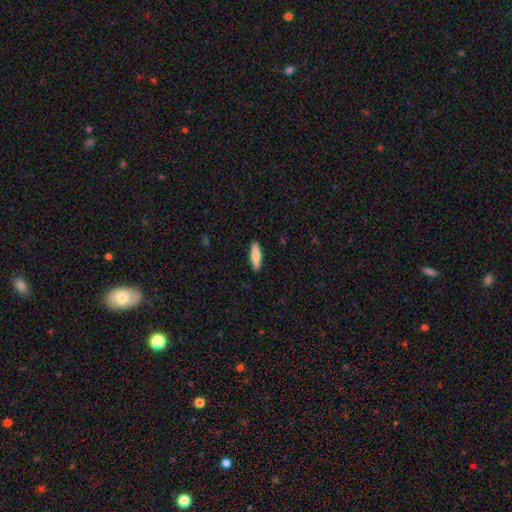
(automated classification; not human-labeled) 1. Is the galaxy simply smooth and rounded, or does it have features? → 75% smooth, 20% featured or disk, 6% star or artifact.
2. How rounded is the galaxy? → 68% cigar-shaped, 30% in between, 2% round.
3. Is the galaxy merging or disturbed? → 90% none, 7% minor disturbance, 2% major disturbance, 1% merger.